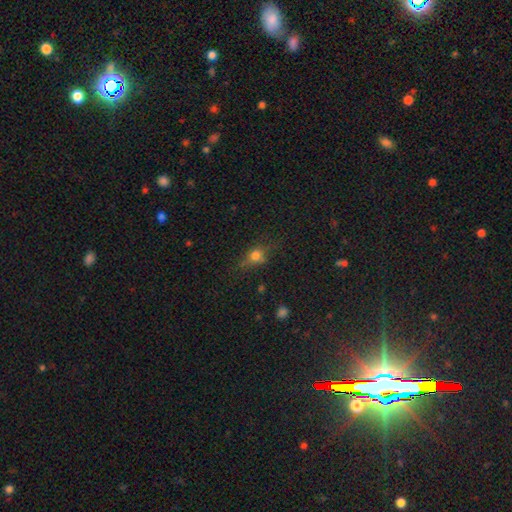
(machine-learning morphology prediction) This appears to be a smooth galaxy with no disk features (63%) that is round (53%). Merging: none (67%).